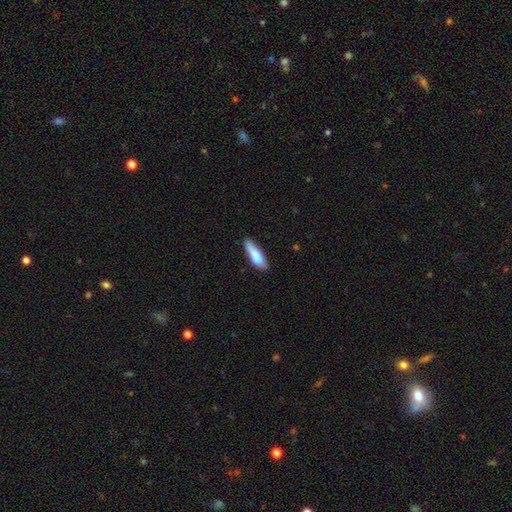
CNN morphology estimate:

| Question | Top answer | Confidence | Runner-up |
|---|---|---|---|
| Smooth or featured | smooth | 80% | featured or disk (15%) |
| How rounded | cigar-shaped | 58% | in between (41%) |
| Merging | none | 72% | minor disturbance (22%) |